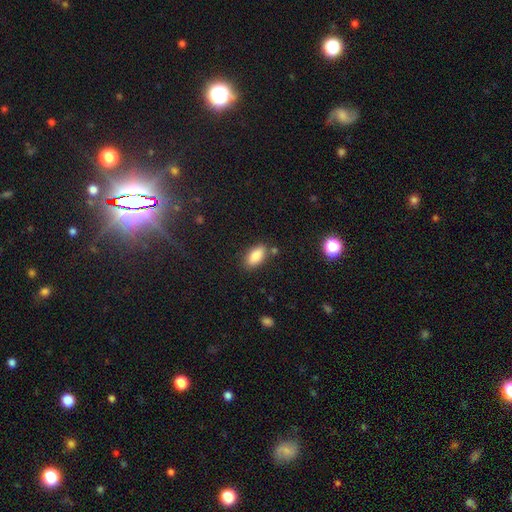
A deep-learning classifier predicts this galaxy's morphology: smooth 85%, star or artifact 8%, featured or disk 7%. Down the decision tree: how rounded — in between (89%); merging — none (80%).